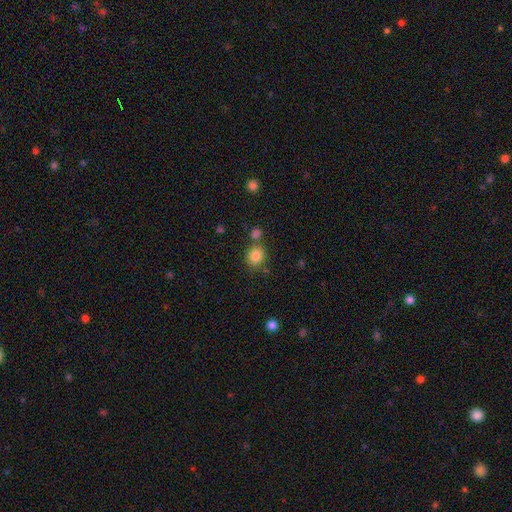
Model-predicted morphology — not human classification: A smooth galaxy with no disk features (85%) that is round (73%). Merging: none (68%).